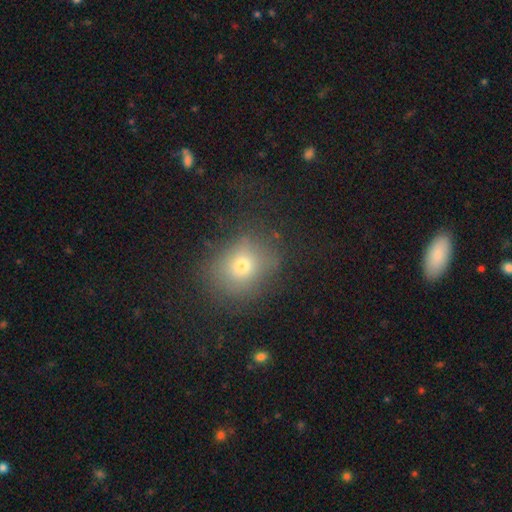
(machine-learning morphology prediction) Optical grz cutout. It shows a smooth galaxy with no disk features (67%) that is round (74%). Merging: none (72%).